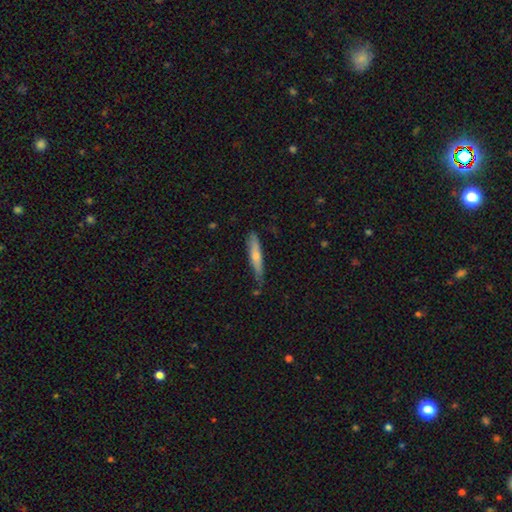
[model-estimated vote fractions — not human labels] Overall: smooth (55%; featured or disk 39%). How rounded: cigar-shaped (91%). Merging: none (75%).